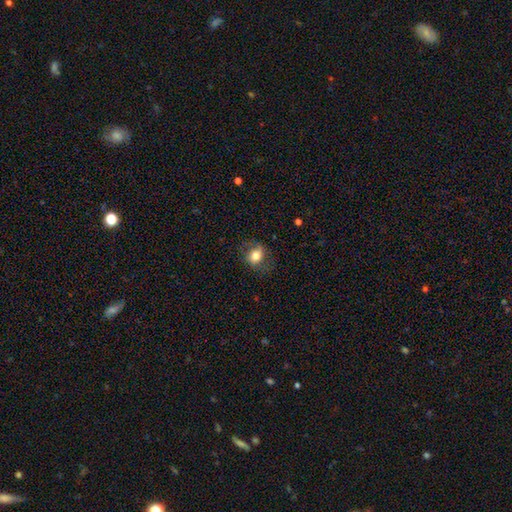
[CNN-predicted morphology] type=smooth (71%); roundness=in between (53%); merging=none (71%).